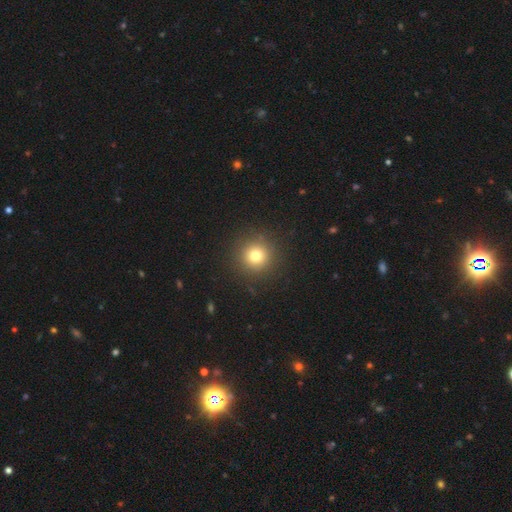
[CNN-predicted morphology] Q: Smooth or featured?
A: smooth (76%); runner-up: star or artifact (15%)
Q: How rounded?
A: round (95%); runner-up: in between (4%)
Q: Merging?
A: none (90%); runner-up: minor disturbance (6%)